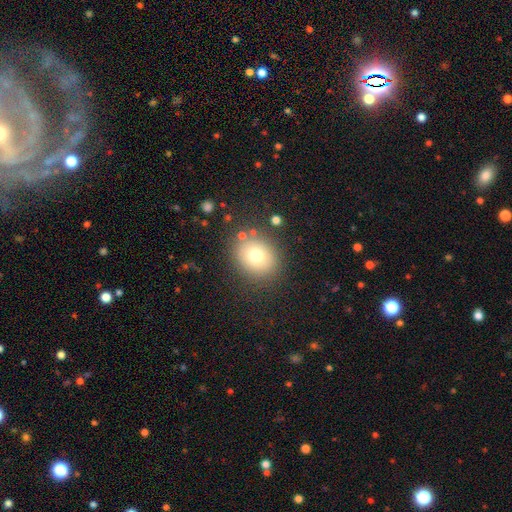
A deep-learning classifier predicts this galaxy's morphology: Overall: smooth (73%). How rounded: round (70%). Merging: none (82%).